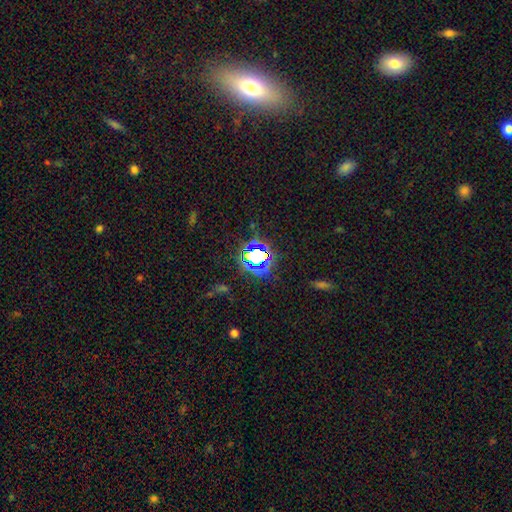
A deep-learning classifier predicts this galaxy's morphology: Overall: star or artifact (68%).